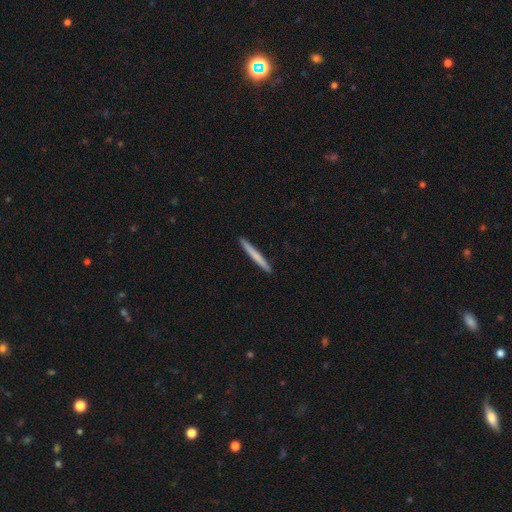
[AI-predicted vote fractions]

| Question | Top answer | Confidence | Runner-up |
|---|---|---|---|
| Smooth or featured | smooth | 69% | featured or disk (26%) |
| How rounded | cigar-shaped | 97% | in between (2%) |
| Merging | none | 93% | minor disturbance (5%) |